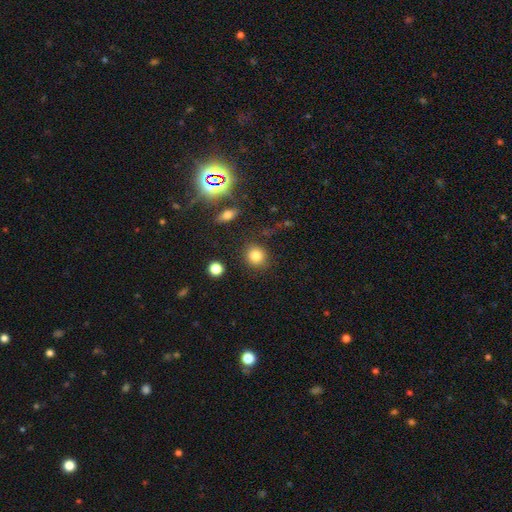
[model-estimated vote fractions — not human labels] Smooth or featured: smooth — 82% (star or artifact — 12%)
How rounded: round — 84% (in between — 14%)
Merging: none — 85% (minor disturbance — 9%)